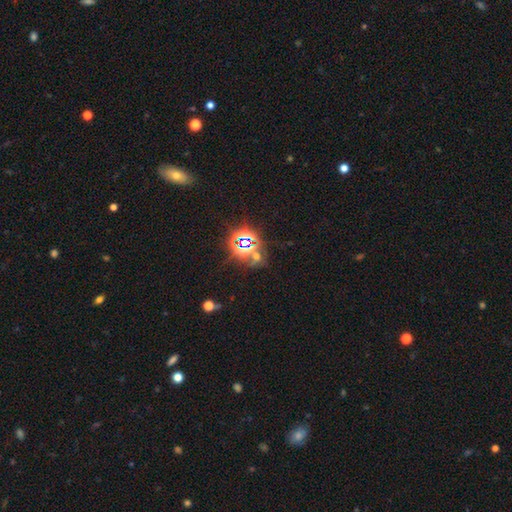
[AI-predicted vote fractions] Q: Smooth or featured?
A: star or artifact (71%); runner-up: smooth (19%)